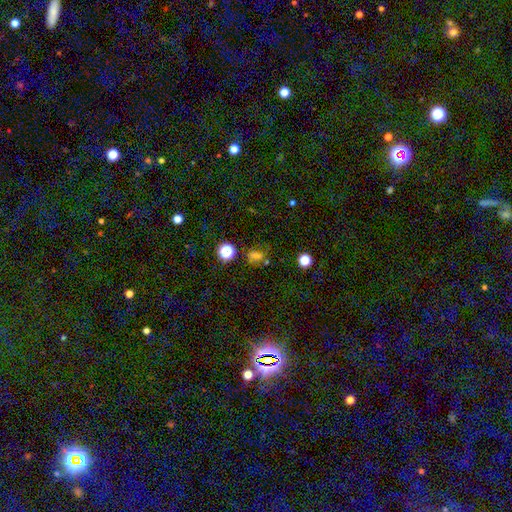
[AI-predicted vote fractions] Morphology: type=smooth (42%); merging=none (66%).